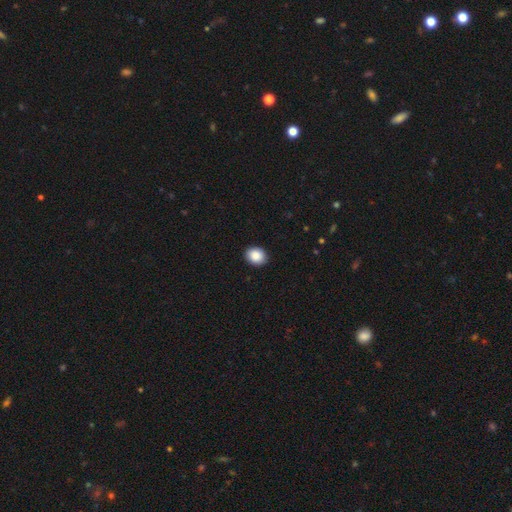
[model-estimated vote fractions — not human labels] This is clearly a smooth galaxy (89%). How rounded: possibly round (58%). Merging: clearly none (91%).